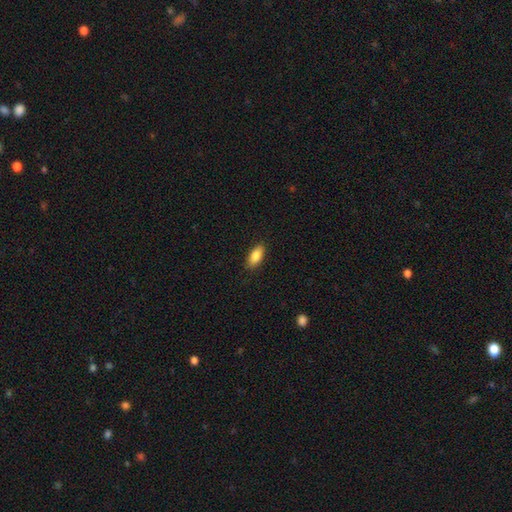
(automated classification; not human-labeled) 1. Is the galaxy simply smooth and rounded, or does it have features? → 86% smooth, 7% featured or disk, 7% star or artifact.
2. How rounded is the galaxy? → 87% in between, 10% cigar-shaped, 3% round.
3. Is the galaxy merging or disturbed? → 88% none, 9% minor disturbance, 2% major disturbance, 1% merger.